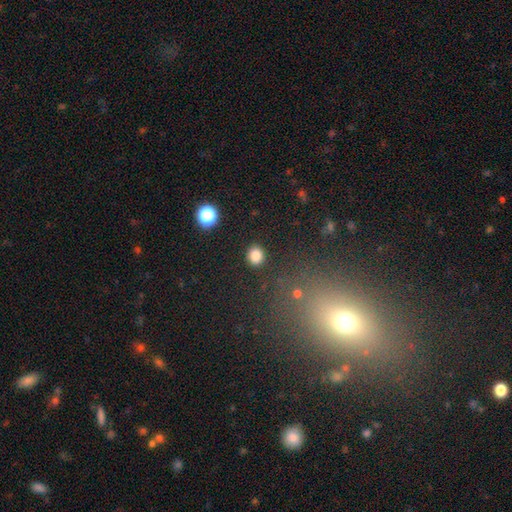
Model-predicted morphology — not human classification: type=smooth (84%); roundness=round (81%); merging=none (90%).